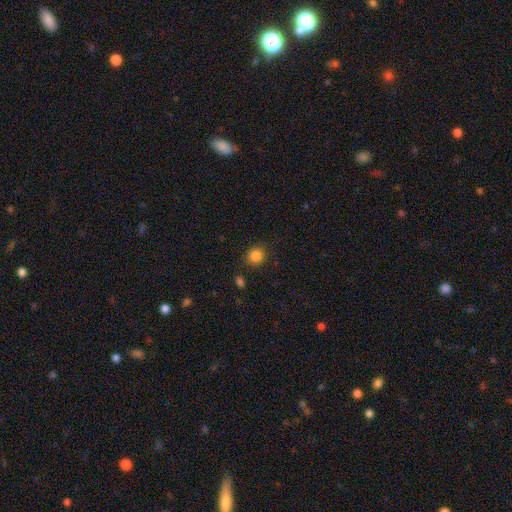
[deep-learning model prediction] A smooth galaxy with no disk features (85%) that is round (87%). Merging: none (85%).